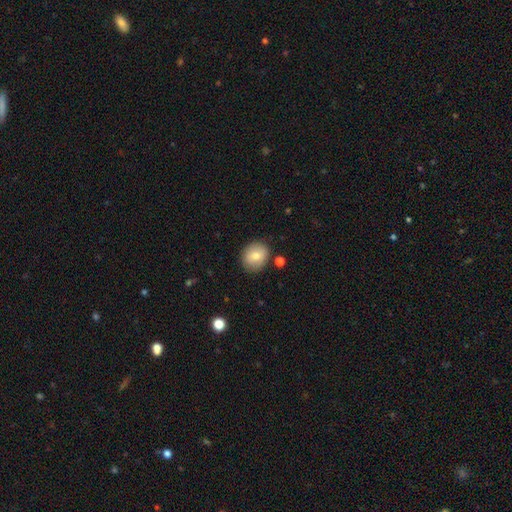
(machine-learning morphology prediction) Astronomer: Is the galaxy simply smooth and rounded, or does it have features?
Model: smooth — 76%.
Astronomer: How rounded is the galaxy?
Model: round — 67%.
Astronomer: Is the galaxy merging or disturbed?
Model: none — 84%.